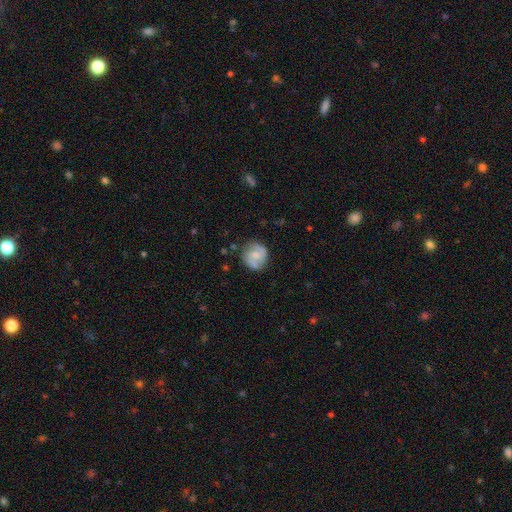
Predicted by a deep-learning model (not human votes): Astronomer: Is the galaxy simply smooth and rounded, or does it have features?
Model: featured or disk — 52% (runner-up: smooth, 42%).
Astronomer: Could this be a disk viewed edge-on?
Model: no — 97%.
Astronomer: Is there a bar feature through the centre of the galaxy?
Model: no — 50% (runner-up: weak, 42%).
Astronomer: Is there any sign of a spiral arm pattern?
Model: yes — 82%.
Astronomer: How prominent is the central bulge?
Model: small — 41% (runner-up: moderate, 40%).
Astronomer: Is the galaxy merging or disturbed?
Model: none — 73%.